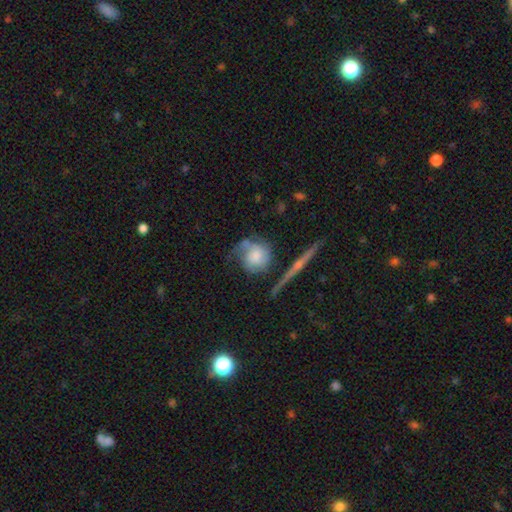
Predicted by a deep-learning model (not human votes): The model was most divided on "smooth or featured": featured or disk: 50%, smooth: 42%, star or artifact: 7%. More confident: edge-on disk — no (90%); merging — none (50%).